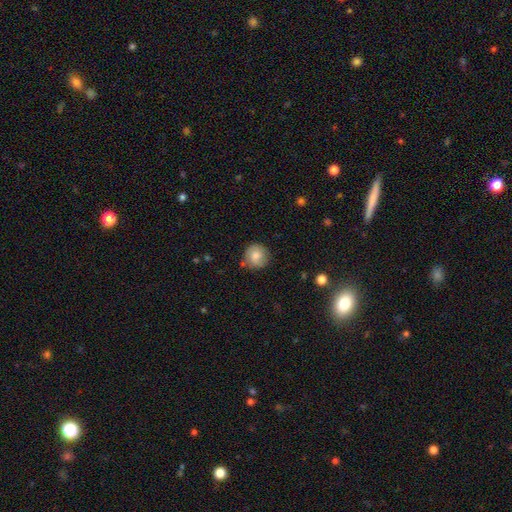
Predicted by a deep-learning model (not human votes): smooth-or-featured: smooth: 79% | featured or disk: 13% | star or artifact: 8%
  how-rounded: round: 92% | in between: 7% | cigar-shaped: 1%
  merging: none: 81% | minor disturbance: 14% | major disturbance: 3% | merger: 3%